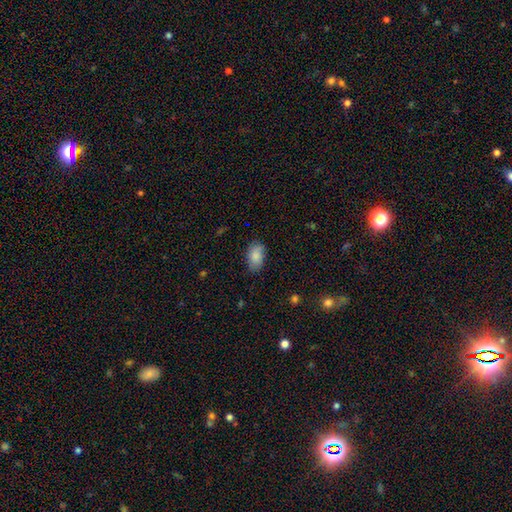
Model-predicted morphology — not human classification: This appears to be a smooth galaxy with no disk features (85%) that is in between round and cigar-shaped (91%). Merging: none (79%).